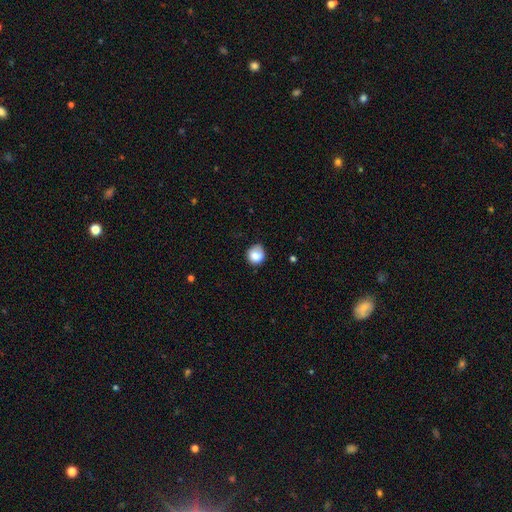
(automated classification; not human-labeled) Q: Smooth or featured?
A: smooth (84%); runner-up: star or artifact (9%)
Q: How rounded?
A: round (84%); runner-up: in between (15%)
Q: Merging?
A: none (66%); runner-up: minor disturbance (26%)